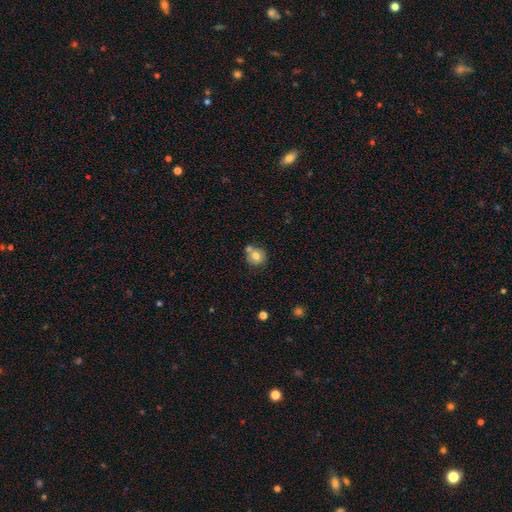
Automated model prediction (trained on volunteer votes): The model was most divided on "merging": none: 54%, merger: 28%, minor disturbance: 14%, major disturbance: 4%. More confident: how rounded — round (82%); smooth or featured — smooth (74%).